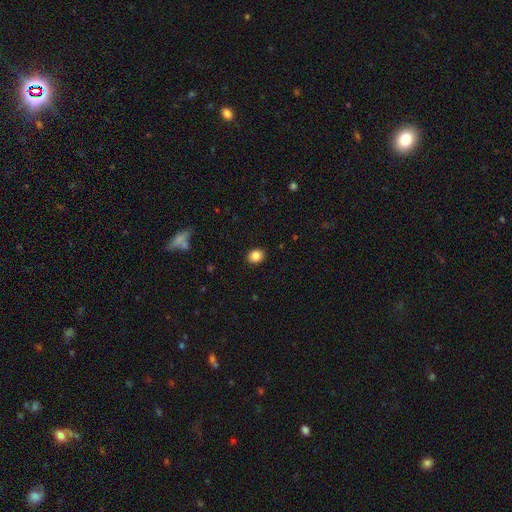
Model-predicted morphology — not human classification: type=smooth (85%); roundness=round (54%); merging=none (90%).